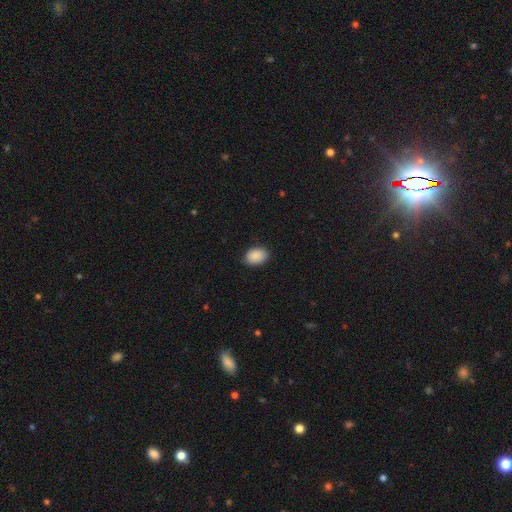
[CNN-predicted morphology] Smooth or featured: smooth — 90% (star or artifact — 7%)
How rounded: in between — 80% (round — 19%)
Merging: none — 85% (minor disturbance — 11%)